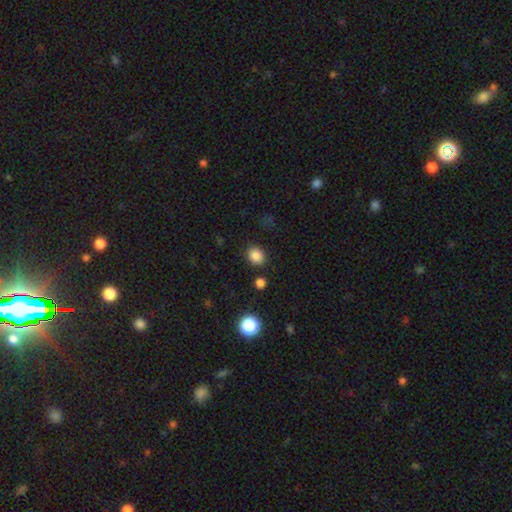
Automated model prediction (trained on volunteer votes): Morphology: type=smooth (85%); roundness=round (59%); merging=none (85%).